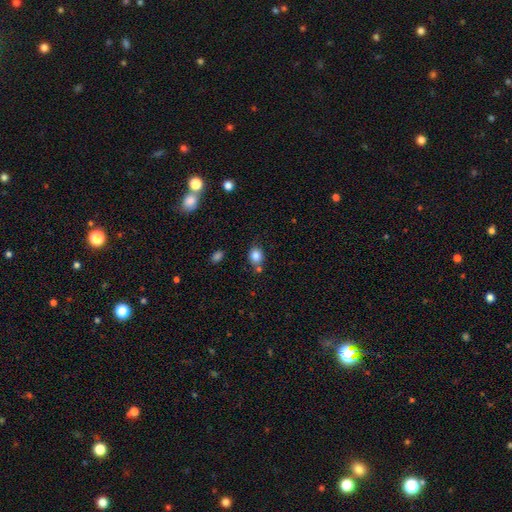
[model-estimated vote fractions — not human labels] Smooth or featured? smooth (84%)
How rounded? round (55%)
Merging? none (69%)